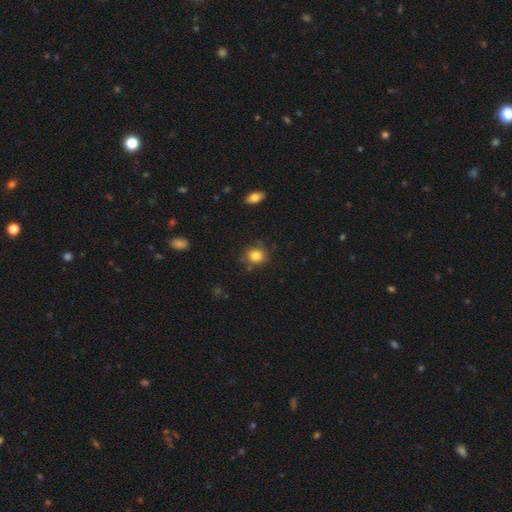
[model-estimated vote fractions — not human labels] Smooth or featured? smooth (83%)
How rounded? round (84%)
Merging? none (81%)